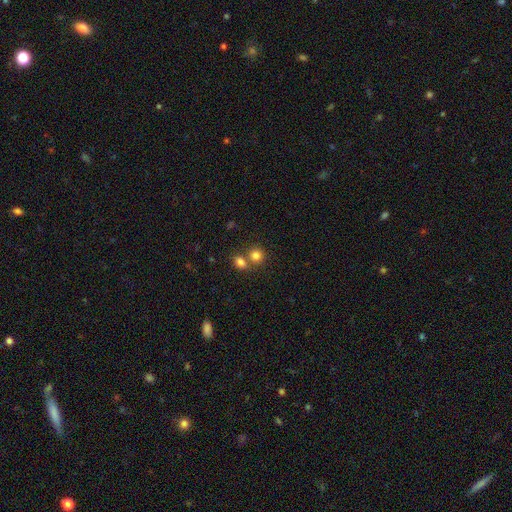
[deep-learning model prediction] A smooth galaxy with no disk features (81%) that is round (82%).

Vote fractions:
- Smooth or featured? smooth: 81% / star or artifact: 12% / featured or disk: 7%
- How rounded? round: 82% / in between: 17% / cigar-shaped: 1%
- Merging? none: 53% / merger: 37% / minor disturbance: 7% / major disturbance: 3%